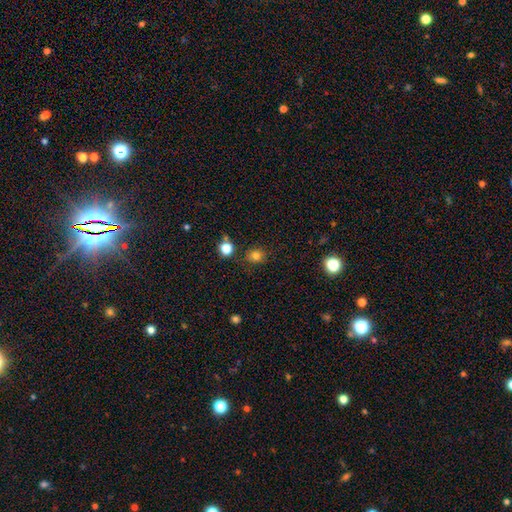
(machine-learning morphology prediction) type=smooth (79%); roundness=round (77%); merging=none (83%).